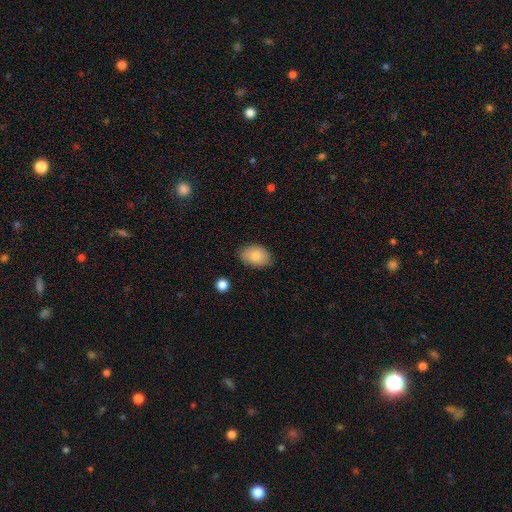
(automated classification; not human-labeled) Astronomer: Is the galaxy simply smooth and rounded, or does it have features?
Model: smooth — 82%.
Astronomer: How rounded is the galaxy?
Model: in between — 85%.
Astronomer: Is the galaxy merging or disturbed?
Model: none — 82%.